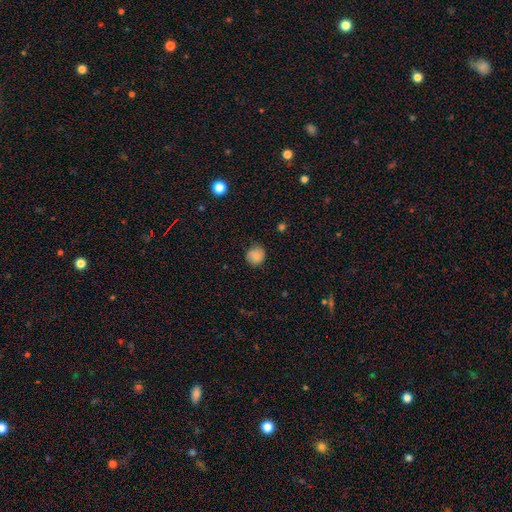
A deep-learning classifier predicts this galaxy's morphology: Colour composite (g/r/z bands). It shows a smooth galaxy with no disk features (83%) that is round (86%). Merging: none (74%).